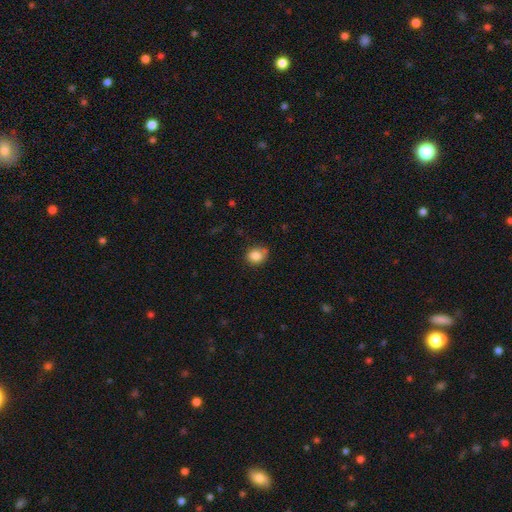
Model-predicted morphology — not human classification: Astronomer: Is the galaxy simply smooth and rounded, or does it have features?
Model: smooth — 84%.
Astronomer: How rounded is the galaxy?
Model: round — 70%.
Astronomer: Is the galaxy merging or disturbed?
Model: none — 69%.